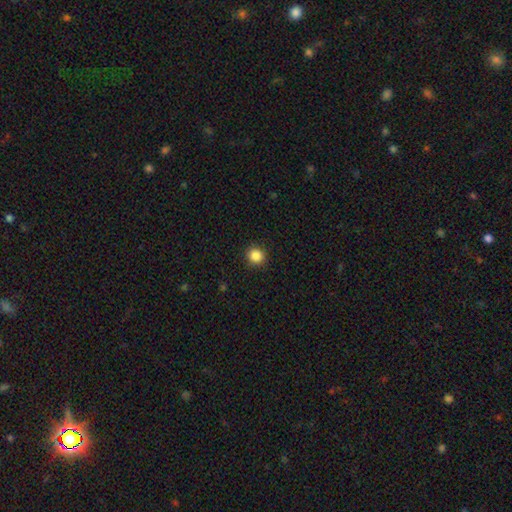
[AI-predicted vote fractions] Smooth or featured?
  - smooth: 86% *
  - star or artifact: 11%
  - featured or disk: 4%
How rounded?
  - round: 90% *
  - in between: 9%
  - cigar-shaped: 1%
Merging?
  - none: 92% *
  - minor disturbance: 5%
  - major disturbance: 2%
  - merger: 1%